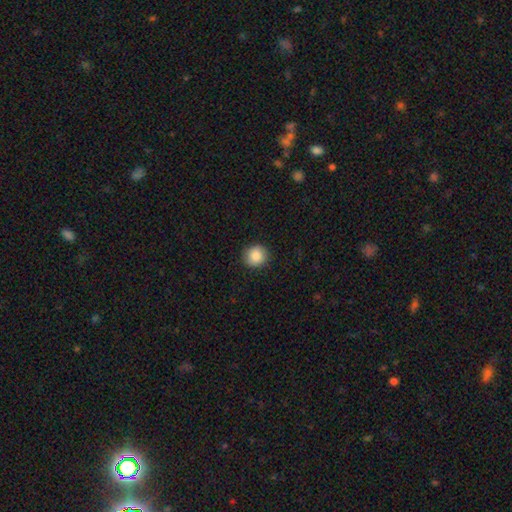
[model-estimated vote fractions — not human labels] A smooth galaxy with no disk features (86%) that is round (89%).

Vote fractions:
- Smooth or featured? smooth: 86% / star or artifact: 8% / featured or disk: 6%
- How rounded? round: 89% / in between: 10% / cigar-shaped: 1%
- Merging? none: 89% / minor disturbance: 8% / major disturbance: 2% / merger: 1%